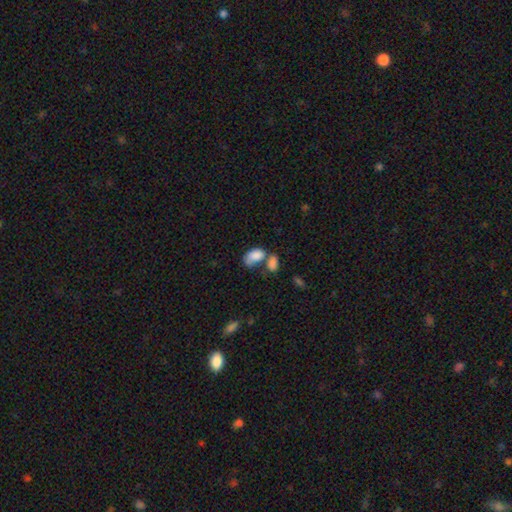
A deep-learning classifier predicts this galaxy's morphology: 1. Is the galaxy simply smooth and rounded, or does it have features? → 81% smooth, 11% featured or disk, 8% star or artifact.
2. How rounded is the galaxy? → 92% in between, 6% round, 2% cigar-shaped.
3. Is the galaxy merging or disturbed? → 52% merger, 22% none, 14% minor disturbance, 12% major disturbance.